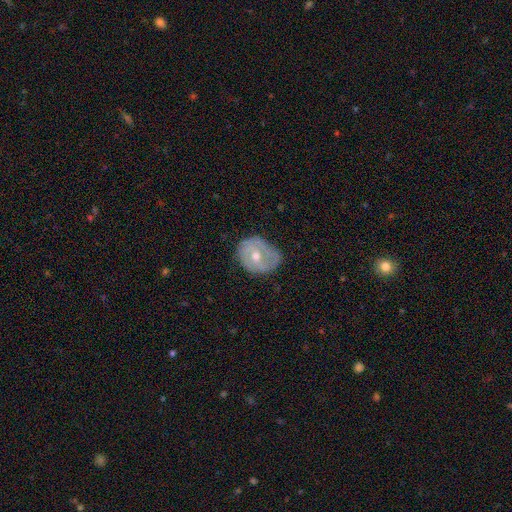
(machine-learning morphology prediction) This appears to be a featured or disk galaxy (54%) with no bar (67%), spiral arms (52%) and a moderate central bulge (68%). Merging: none (60%).